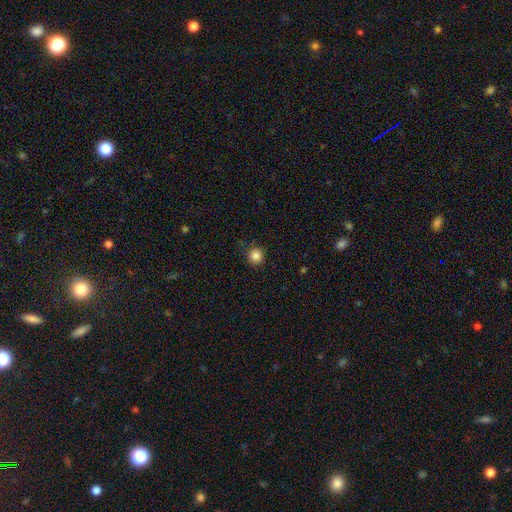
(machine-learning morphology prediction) Smooth or featured? smooth (85%)
How rounded? round (94%)
Merging? none (85%)